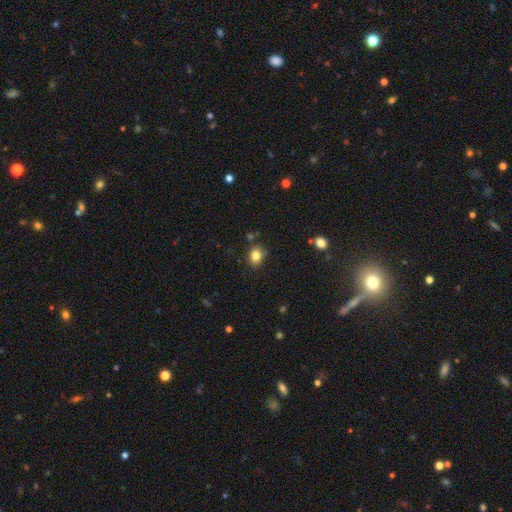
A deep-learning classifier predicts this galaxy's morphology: smooth 82%, star or artifact 11%, featured or disk 7%. Down the decision tree: how rounded — in between (53%); merging — none (81%).